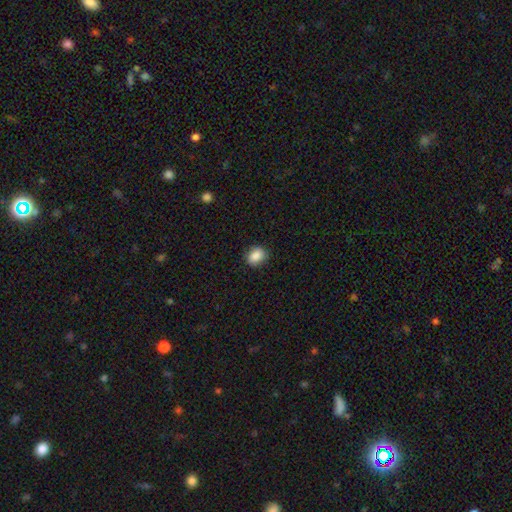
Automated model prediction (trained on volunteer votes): Morphology: type=smooth (87%); roundness=in between (53%); merging=none (85%).